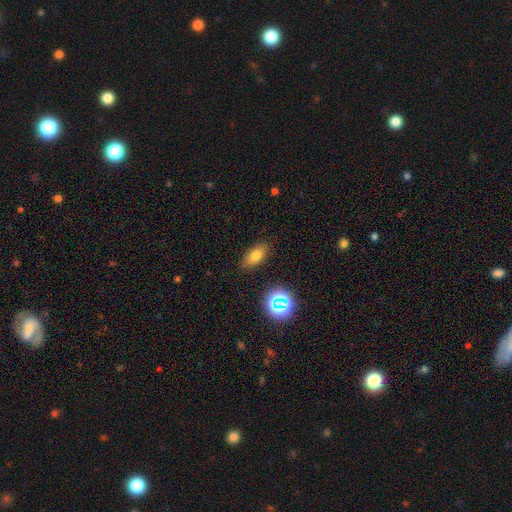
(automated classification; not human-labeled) A smooth galaxy with no disk features (72%) that is in between round and cigar-shaped (85%). Merging: none (86%).